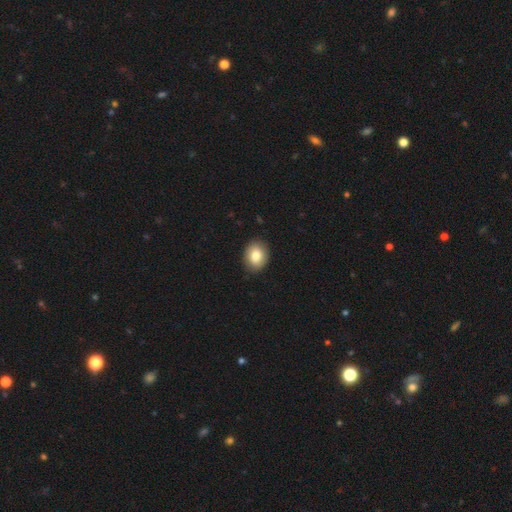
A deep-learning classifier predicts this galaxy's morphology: type=smooth (82%); roundness=in between (58%); merging=none (89%).